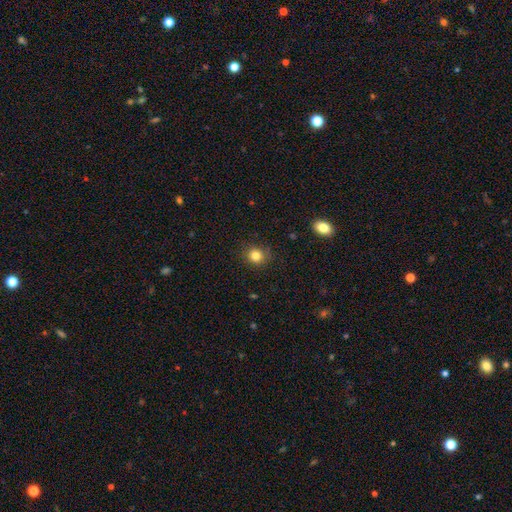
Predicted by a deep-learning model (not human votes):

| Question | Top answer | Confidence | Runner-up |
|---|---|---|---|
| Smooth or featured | smooth | 82% | star or artifact (12%) |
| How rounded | round | 84% | in between (15%) |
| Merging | none | 84% | minor disturbance (11%) |